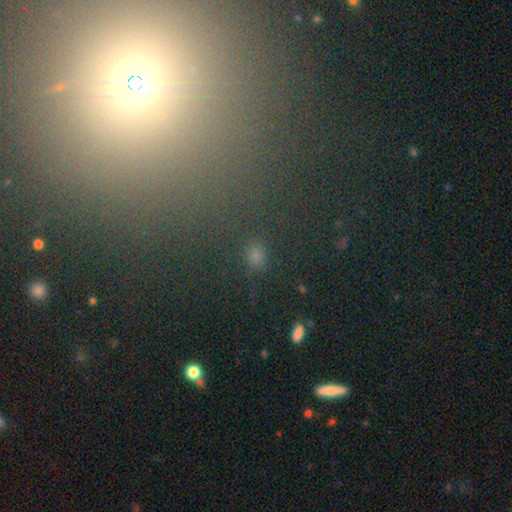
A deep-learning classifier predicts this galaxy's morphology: smooth_or_featured: smooth (p=0.63) [alt: star or artifact p=0.30]
how_rounded: in between (p=0.57) [alt: round p=0.40]
merging: none (p=0.76) [alt: minor disturbance p=0.13]